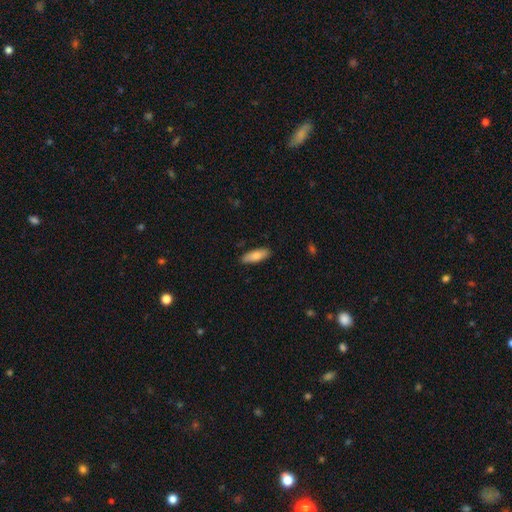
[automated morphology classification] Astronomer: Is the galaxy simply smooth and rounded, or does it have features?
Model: smooth — 81%.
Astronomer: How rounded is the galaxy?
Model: in between — 57% (runner-up: cigar-shaped, 42%).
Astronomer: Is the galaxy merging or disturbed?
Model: none — 86%.